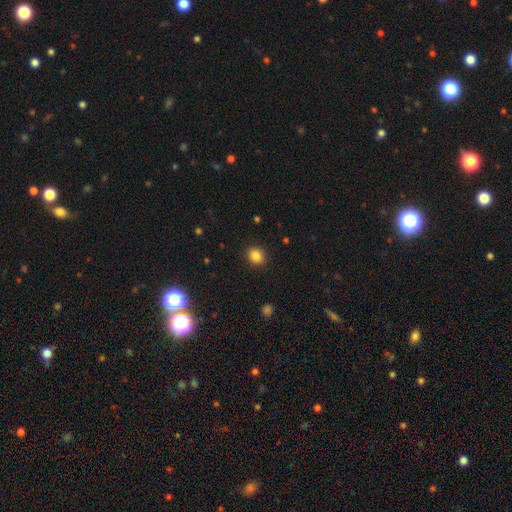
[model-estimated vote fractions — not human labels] The model was most divided on "how rounded": round: 69%, in between: 30%, cigar-shaped: 1%. More confident: merging — none (91%); smooth or featured — smooth (85%).